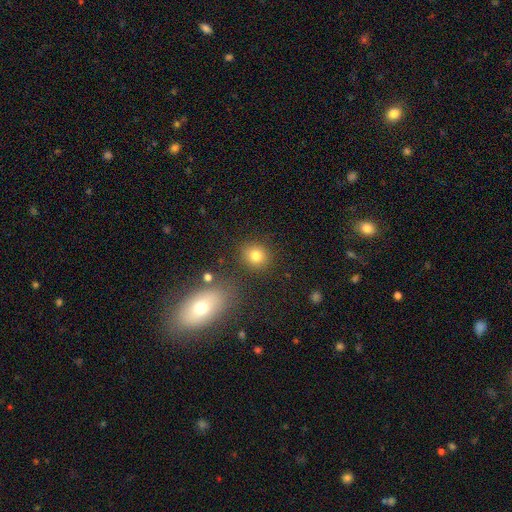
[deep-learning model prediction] Q: Smooth or featured?
A: smooth (79%); runner-up: star or artifact (13%)
Q: How rounded?
A: round (79%); runner-up: in between (20%)
Q: Merging?
A: none (83%); runner-up: minor disturbance (9%)